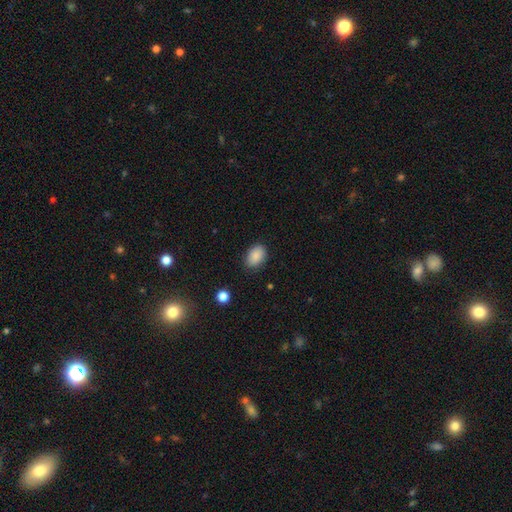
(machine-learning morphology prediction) Q: Smooth or featured?
A: smooth (88%); runner-up: star or artifact (8%)
Q: How rounded?
A: in between (84%); runner-up: round (15%)
Q: Merging?
A: none (82%); runner-up: minor disturbance (13%)